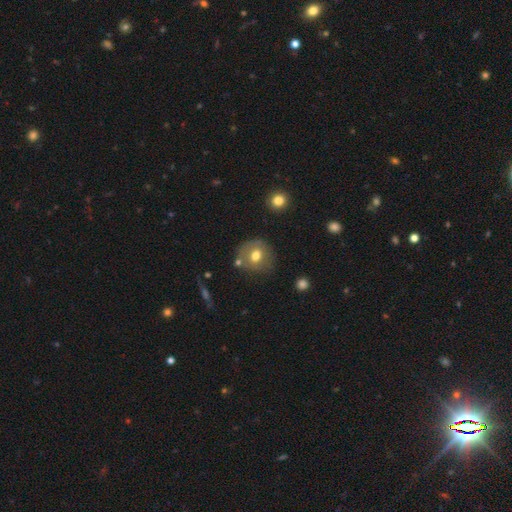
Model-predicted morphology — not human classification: This appears to be a smooth galaxy with no disk features (66%) that is round (84%). Merging: none (71%).